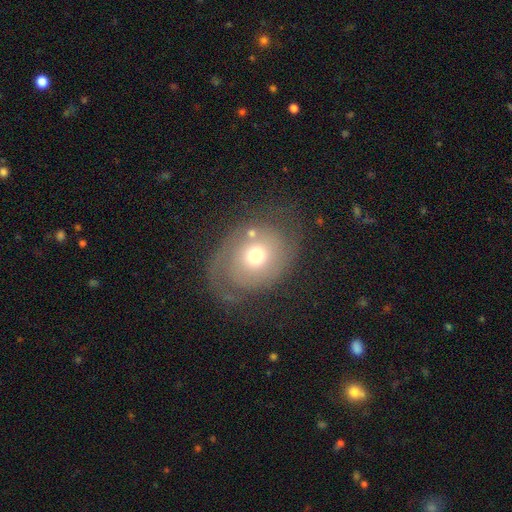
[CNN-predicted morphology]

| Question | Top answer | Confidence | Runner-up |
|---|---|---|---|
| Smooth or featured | featured or disk | 59% | smooth (32%) |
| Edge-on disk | no | 95% | yes (5%) |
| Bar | no | 81% | weak (15%) |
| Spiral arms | yes | 76% | no (24%) |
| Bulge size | moderate | 66% | small (21%) |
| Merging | none | 62% | minor disturbance (18%) |